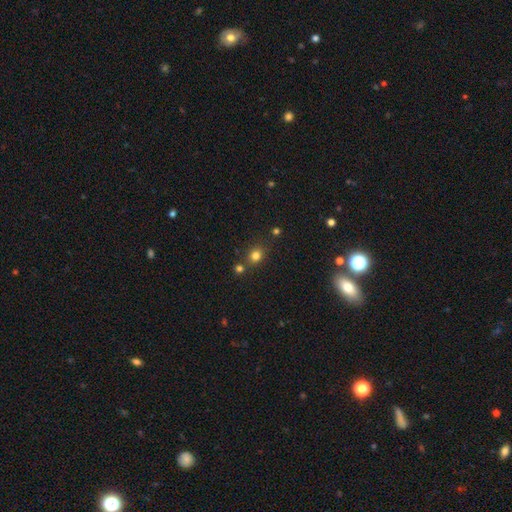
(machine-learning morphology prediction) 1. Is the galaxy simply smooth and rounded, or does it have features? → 78% smooth, 16% star or artifact, 6% featured or disk.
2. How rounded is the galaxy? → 75% round, 24% in between, 1% cigar-shaped.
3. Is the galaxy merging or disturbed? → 74% none, 12% merger, 10% minor disturbance, 3% major disturbance.